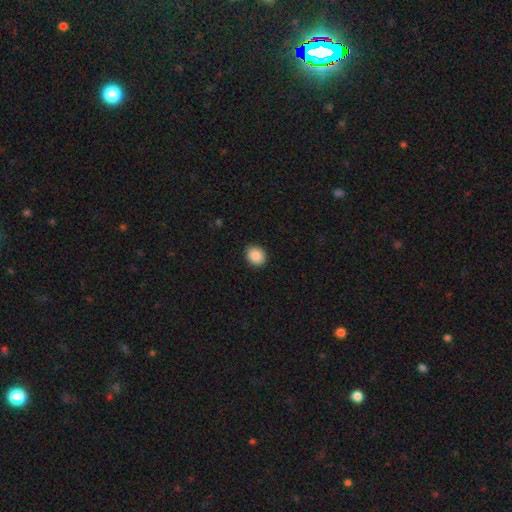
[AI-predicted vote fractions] A smooth galaxy with no disk features (88%) that is round (62%).

Vote fractions:
- Smooth or featured? smooth: 88% / star or artifact: 8% / featured or disk: 4%
- How rounded? round: 62% / in between: 37% / cigar-shaped: 1%
- Merging? none: 91% / minor disturbance: 7% / major disturbance: 2% / merger: 1%